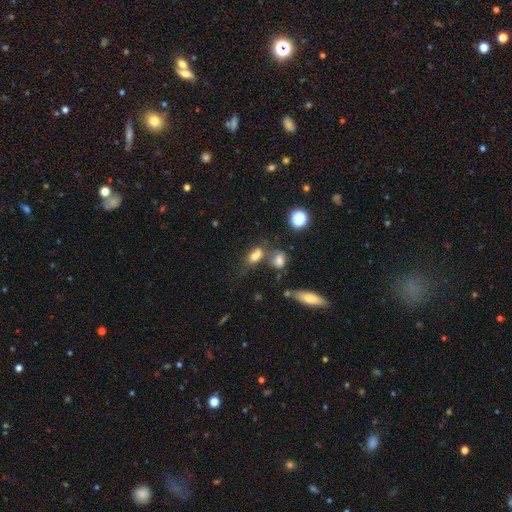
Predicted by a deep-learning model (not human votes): This is likely a smooth galaxy (73%). How rounded: clearly in between (80%). Merging: marginally none (42%).